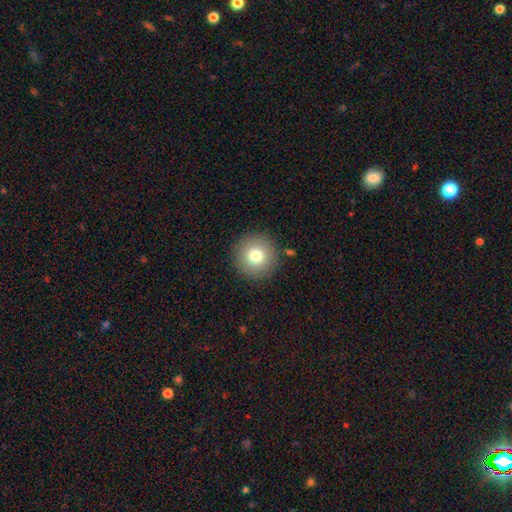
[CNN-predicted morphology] A smooth galaxy with no disk features (78%) that is round (96%). Merging: none (90%).